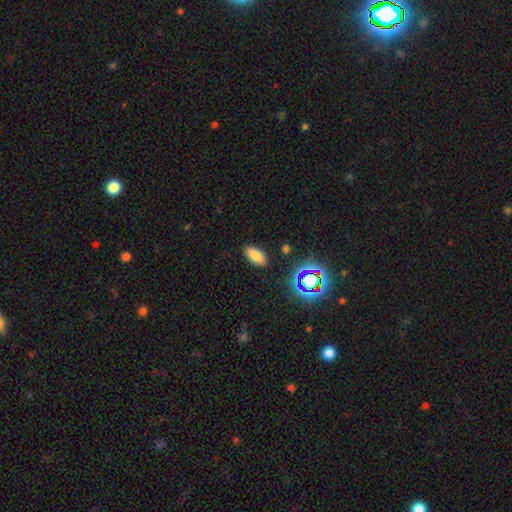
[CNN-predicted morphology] smooth_or_featured: smooth (p=0.78) [alt: star or artifact p=0.15]
how_rounded: in between (p=0.88) [alt: cigar-shaped p=0.09]
merging: none (p=0.88) [alt: minor disturbance p=0.08]